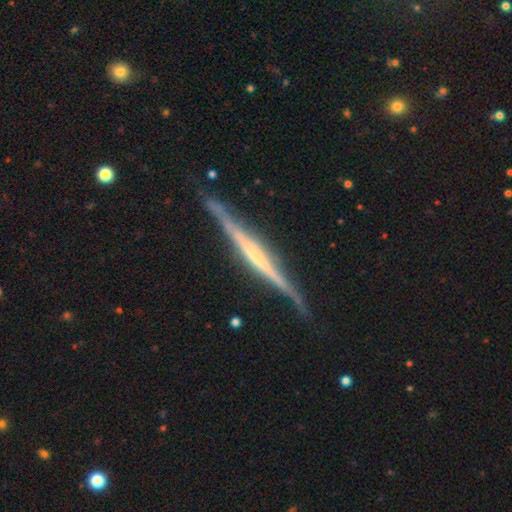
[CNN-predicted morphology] Overall: featured or disk (81%). Edge-on disk: yes (97%). Edge-on bulge: none (53%; rounded 27%). Merging: none (83%).